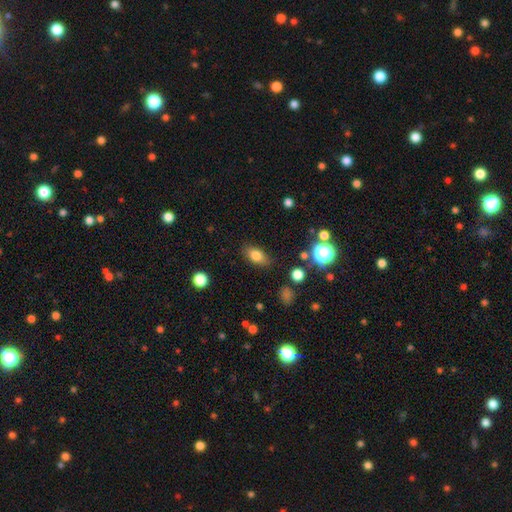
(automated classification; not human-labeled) Smooth or featured? Predicted: smooth (p=0.78). How rounded? Predicted: in between (p=0.83). Merging? Predicted: none (p=0.82).